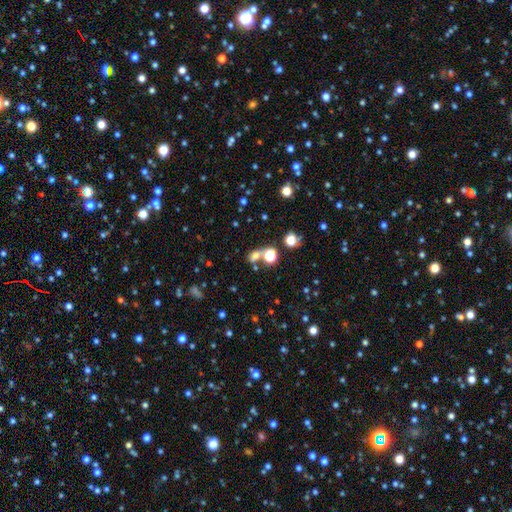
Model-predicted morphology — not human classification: Smooth or featured? smooth (59%)
How rounded? round (50%)
Merging? none (52%)